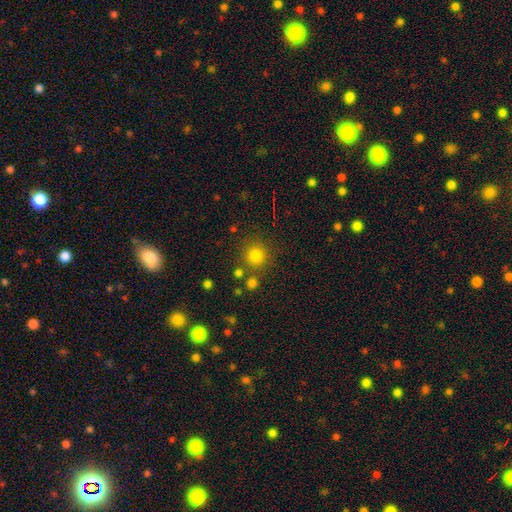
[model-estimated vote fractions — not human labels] smooth_or_featured: smooth (p=0.79) [alt: star or artifact p=0.15]
how_rounded: round (p=0.92) [alt: in between p=0.07]
merging: none (p=0.80) [alt: minor disturbance p=0.09]